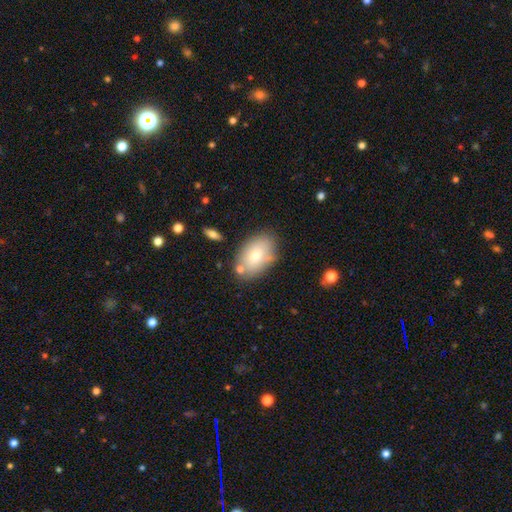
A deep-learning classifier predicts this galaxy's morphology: This is likely a smooth galaxy (76%). How rounded: clearly in between (92%). Merging: likely none (72%).